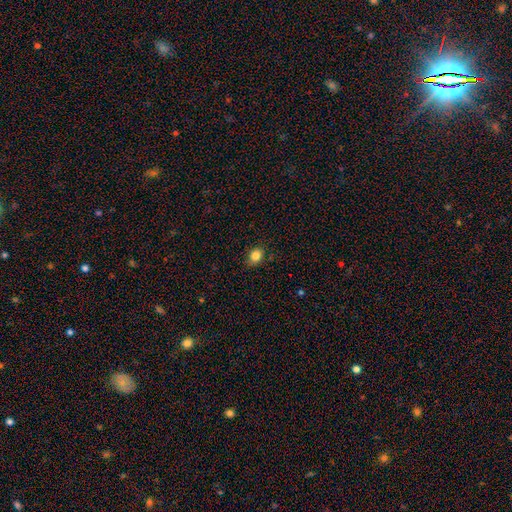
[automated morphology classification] type=smooth (84%); roundness=round (53%); merging=none (84%).